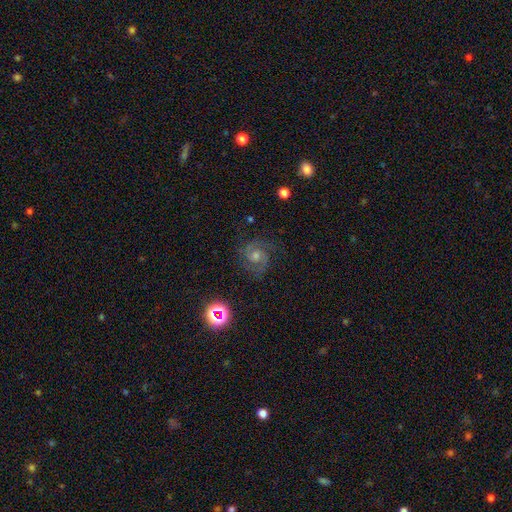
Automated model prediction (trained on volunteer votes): A featured or disk galaxy (75%) with no bar (61%), 2 (59%) tight (46%) spiral arms (97%) and a moderate central bulge (58%). Merging: none (79%).